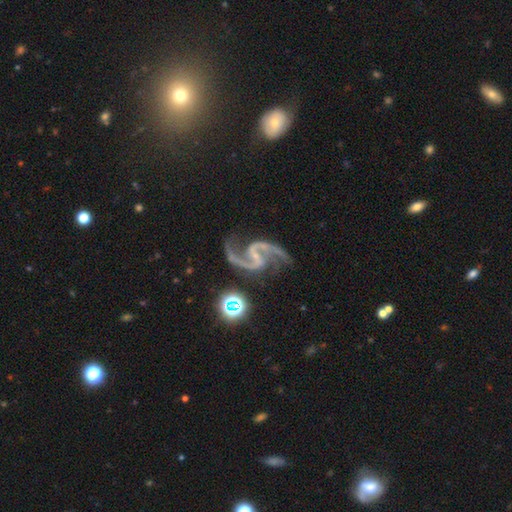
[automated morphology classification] Smooth or featured? featured or disk (93%)
Edge-on disk? no (98%)
Bar? weak (45%)
Spiral arms? yes (98%)
Spiral winding? loose (52%)
Spiral arm count? 2 (94%)
Bulge size? small (70%)
Merging? none (71%)